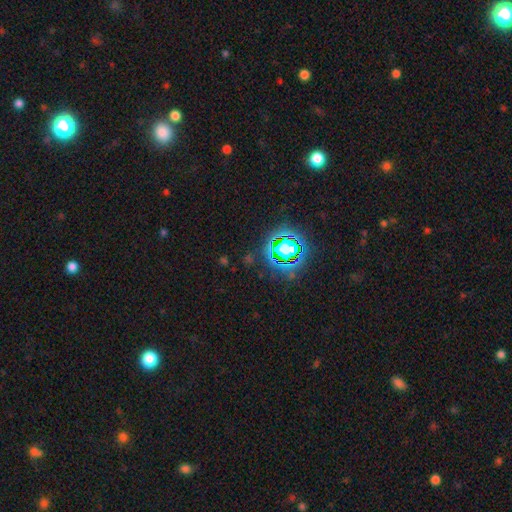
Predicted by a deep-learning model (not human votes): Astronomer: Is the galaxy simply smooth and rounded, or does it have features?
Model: star or artifact — 78%.